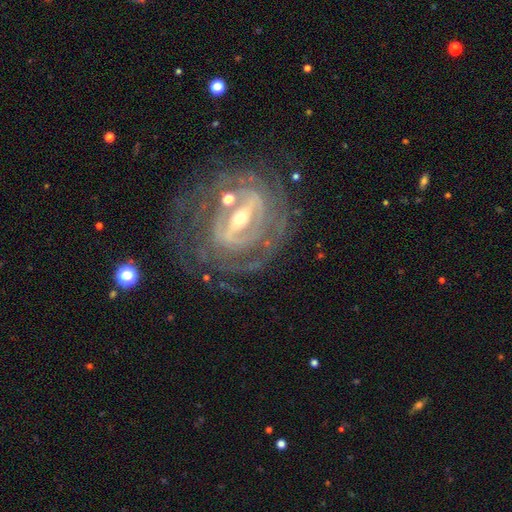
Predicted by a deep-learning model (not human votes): A featured or disk galaxy (87%) with a strong bar (69%), tight (71%) spiral arms (85%) and a small central bulge (53%). Merging: none (70%).